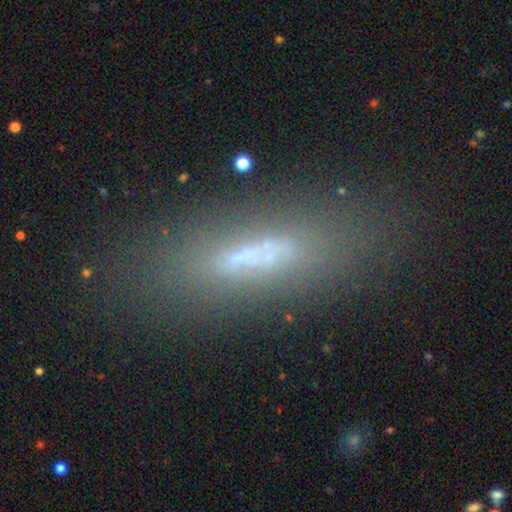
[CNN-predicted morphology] A smooth galaxy with no disk features (44%).

Vote fractions:
- Smooth or featured? smooth: 44% / featured or disk: 40% / star or artifact: 16%
- Merging? none: 74% / minor disturbance: 15% / major disturbance: 8% / merger: 4%